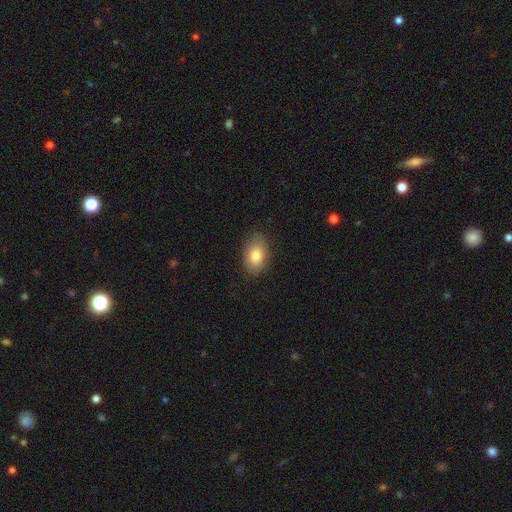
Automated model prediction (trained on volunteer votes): smooth_or_featured: smooth (p=0.82) [alt: featured or disk p=0.11]
how_rounded: in between (p=0.88) [alt: round p=0.11]
merging: none (p=0.84) [alt: minor disturbance p=0.12]